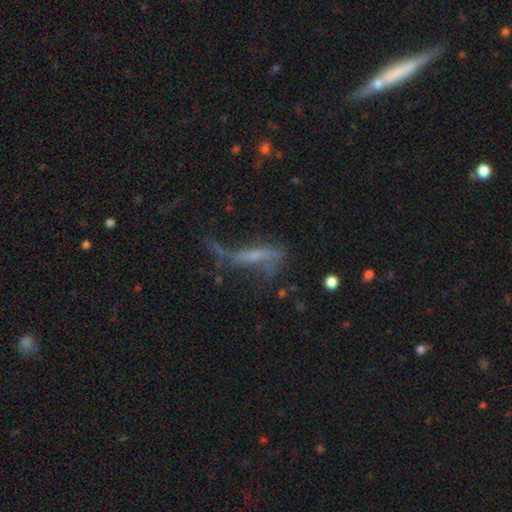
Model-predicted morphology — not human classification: This appears to be a featured or disk galaxy (55%). Merging: major disturbance (36%).